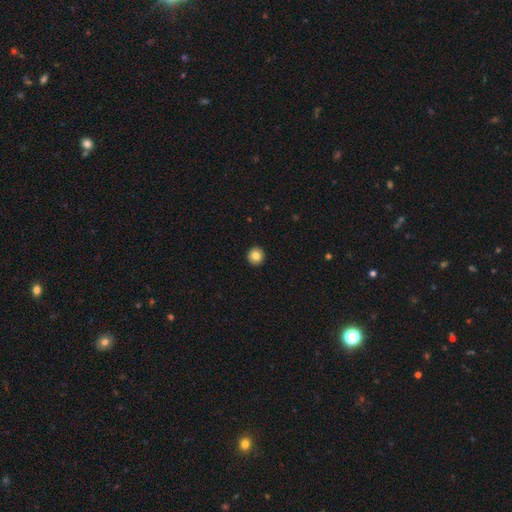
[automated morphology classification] Smooth or featured? Predicted: smooth (p=0.84). How rounded? Predicted: round (p=0.95). Merging? Predicted: none (p=0.94).